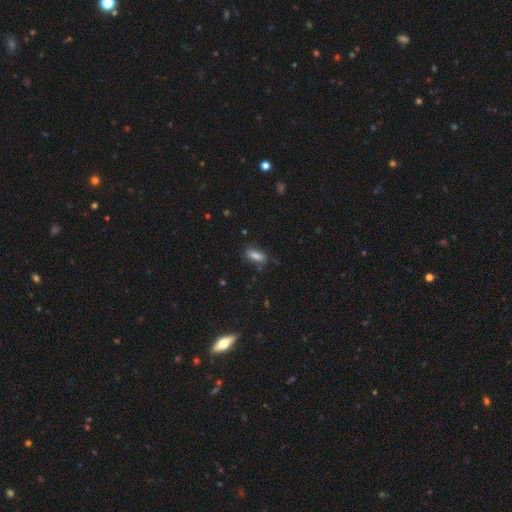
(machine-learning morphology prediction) The model was most divided on "merging": none: 68%, minor disturbance: 22%, major disturbance: 7%, merger: 2%. More confident: how rounded — in between (75%); smooth or featured — smooth (74%).